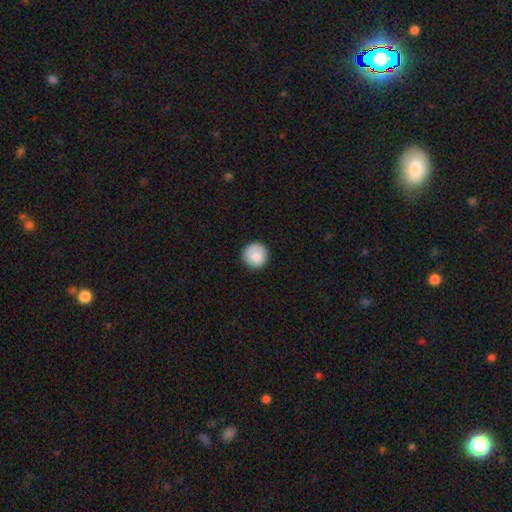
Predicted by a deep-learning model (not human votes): Q: Smooth or featured?
A: smooth (83%); runner-up: featured or disk (10%)
Q: How rounded?
A: round (95%); runner-up: in between (4%)
Q: Merging?
A: none (86%); runner-up: minor disturbance (10%)